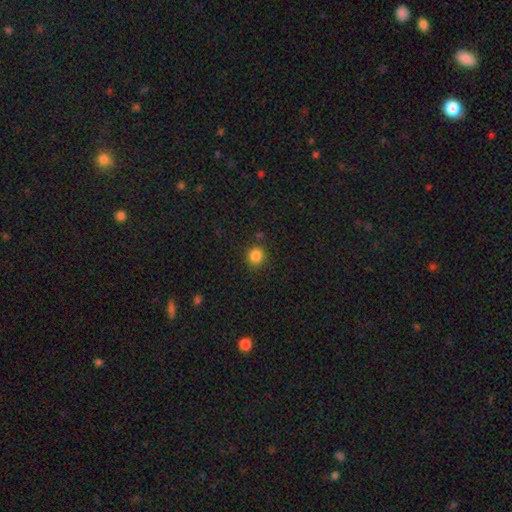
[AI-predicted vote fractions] smooth 85%, star or artifact 11%, featured or disk 4%. Down the decision tree: how rounded — round (86%); merging — none (85%).